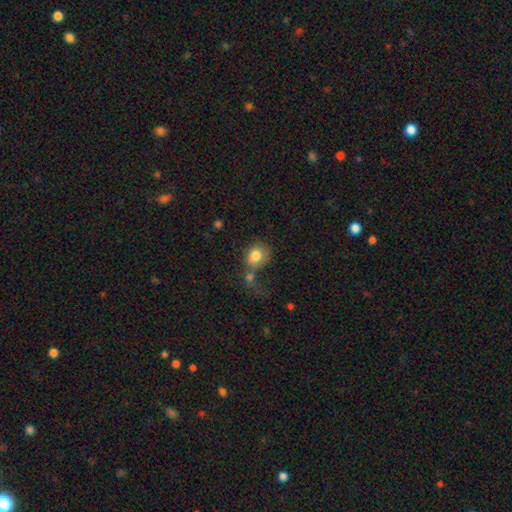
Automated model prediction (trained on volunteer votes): A smooth galaxy with no disk features (77%) that is round (62%). Merging: merger (36%).